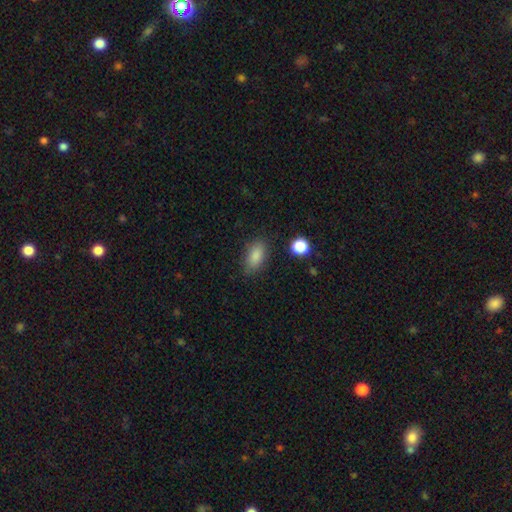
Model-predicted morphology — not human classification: This is clearly a smooth galaxy (85%). How rounded: clearly in between (87%). Merging: likely none (80%).